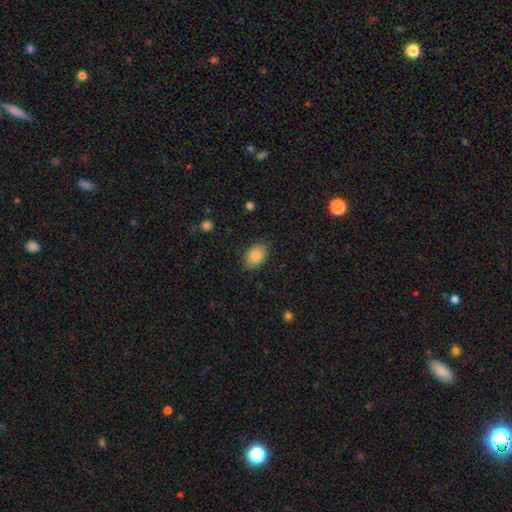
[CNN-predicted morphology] Smooth or featured? smooth (88%)
How rounded? in between (82%)
Merging? none (85%)